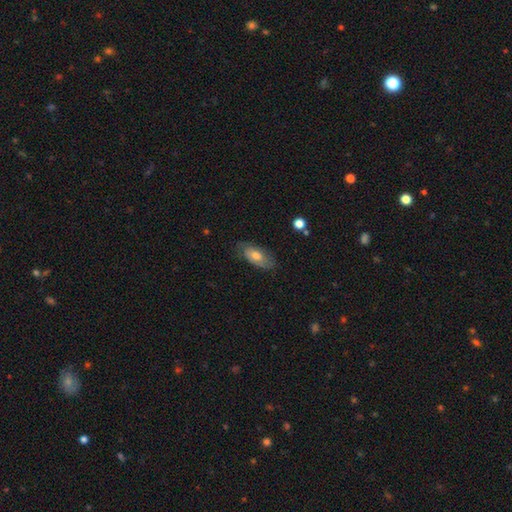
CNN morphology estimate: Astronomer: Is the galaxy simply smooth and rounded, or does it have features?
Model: smooth — 57% (runner-up: featured or disk, 35%).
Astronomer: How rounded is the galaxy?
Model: in between — 87%.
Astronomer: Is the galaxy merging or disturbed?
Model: none — 74%.